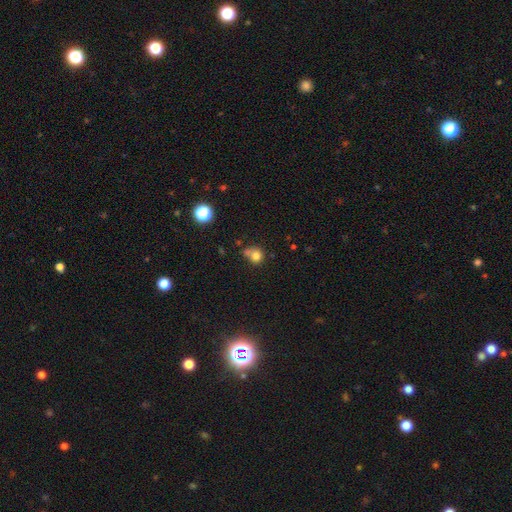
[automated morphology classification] Smooth or featured?
  - smooth: 77% *
  - star or artifact: 13%
  - featured or disk: 9%
How rounded?
  - round: 82% *
  - in between: 17%
  - cigar-shaped: 1%
Merging?
  - none: 47% *
  - merger: 25%
  - minor disturbance: 20%
  - major disturbance: 8%